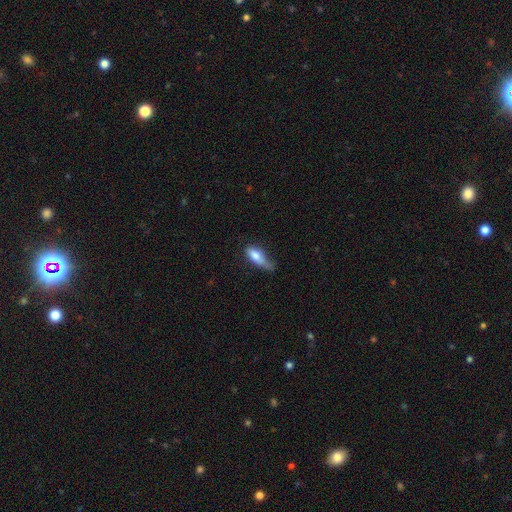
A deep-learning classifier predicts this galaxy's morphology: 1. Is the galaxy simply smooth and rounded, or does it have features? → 75% smooth, 17% featured or disk, 7% star or artifact.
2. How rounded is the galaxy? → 65% in between, 32% cigar-shaped, 3% round.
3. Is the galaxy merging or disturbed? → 41% minor disturbance, 28% none, 24% major disturbance, 6% merger.